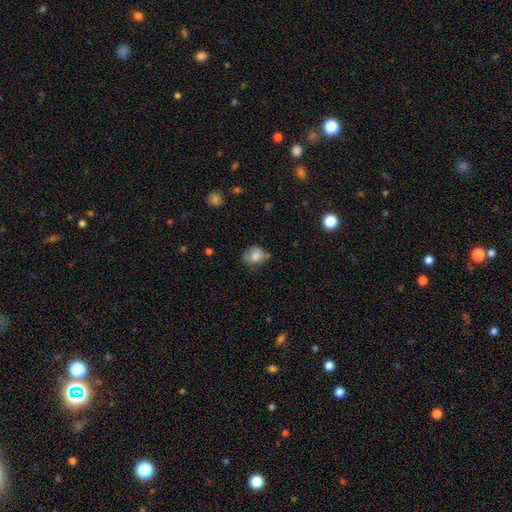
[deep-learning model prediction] smooth 74%, featured or disk 17%, star or artifact 9%. Down the decision tree: how rounded — round (53%); merging — none (53%).